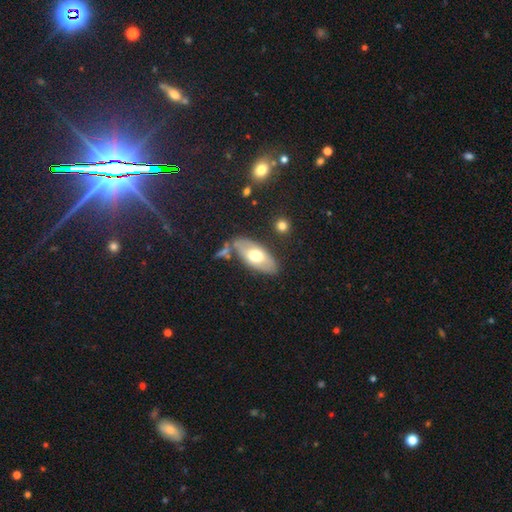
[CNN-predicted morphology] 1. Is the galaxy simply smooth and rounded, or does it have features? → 56% smooth, 38% featured or disk, 6% star or artifact.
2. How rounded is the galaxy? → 88% in between, 9% cigar-shaped, 3% round.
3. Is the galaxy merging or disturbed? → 76% none, 14% minor disturbance, 6% merger, 4% major disturbance.